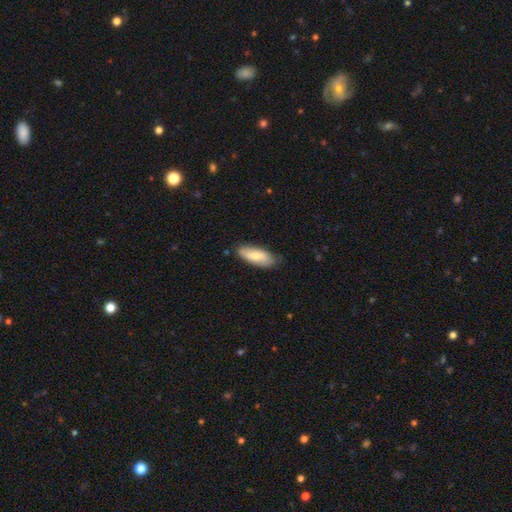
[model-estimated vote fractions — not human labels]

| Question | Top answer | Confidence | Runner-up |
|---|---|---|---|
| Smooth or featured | smooth | 71% | featured or disk (23%) |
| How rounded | in between | 75% | cigar-shaped (23%) |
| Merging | none | 77% | minor disturbance (19%) |